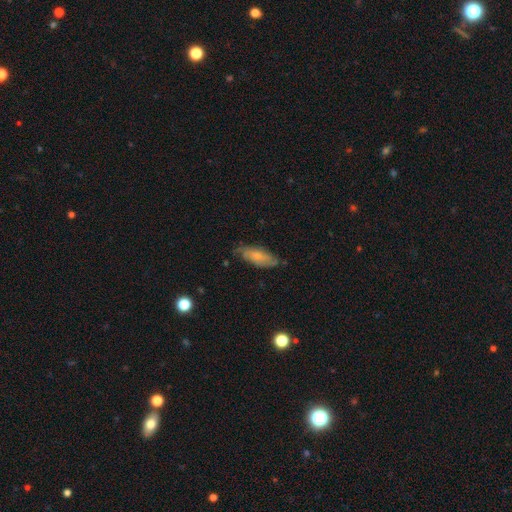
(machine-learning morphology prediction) Smooth or featured? Predicted: featured or disk (p=0.46). Merging? Predicted: none (p=0.76).